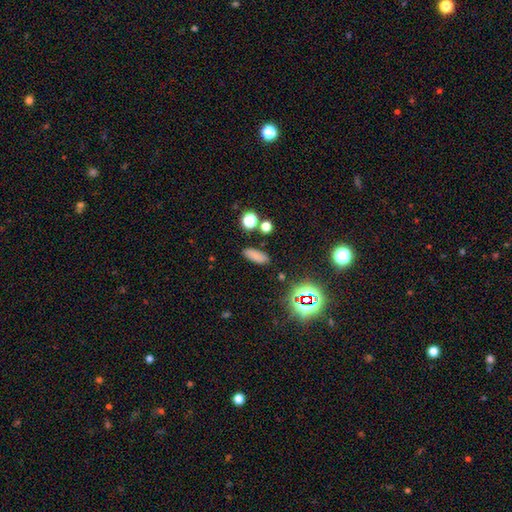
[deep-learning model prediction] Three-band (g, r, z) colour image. It shows a smooth galaxy with no disk features (77%) that is in between round and cigar-shaped (66%). Merging: none (85%).